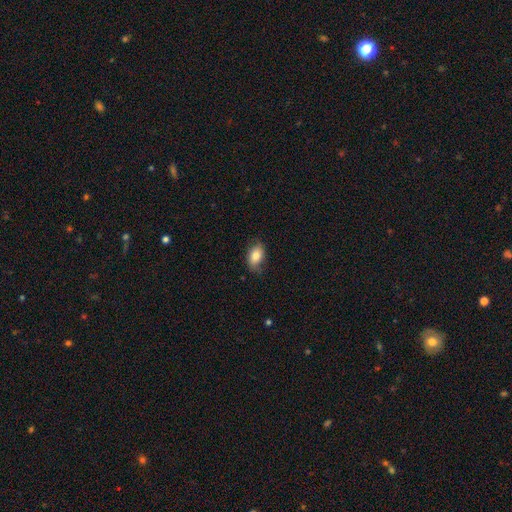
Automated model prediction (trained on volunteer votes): Smooth or featured?
  - smooth: 80% *
  - featured or disk: 13%
  - star or artifact: 7%
How rounded?
  - in between: 88% *
  - round: 10%
  - cigar-shaped: 2%
Merging?
  - none: 71% *
  - minor disturbance: 23%
  - major disturbance: 5%
  - merger: 1%